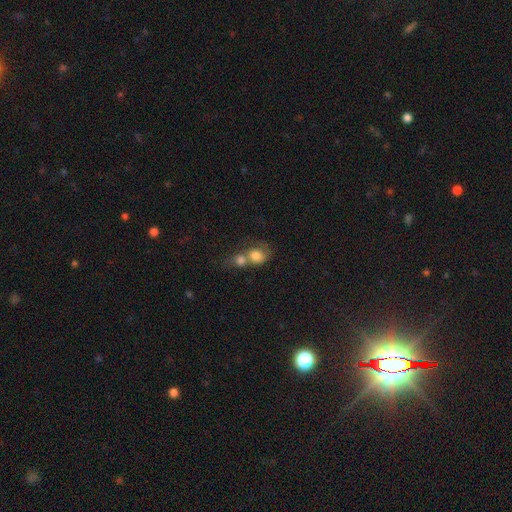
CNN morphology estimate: This appears to be a smooth galaxy with no disk features (76%) that is round (64%). Merging: merger (74%).